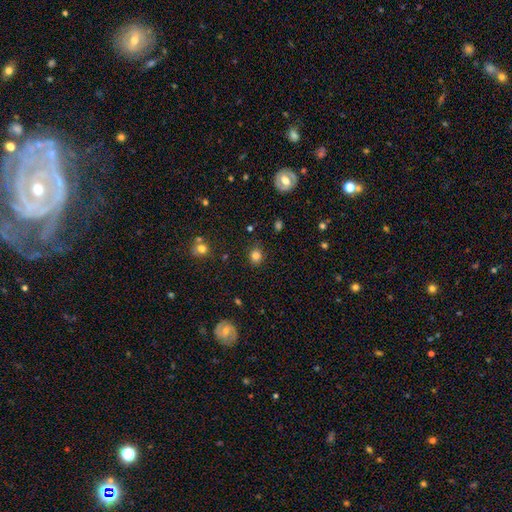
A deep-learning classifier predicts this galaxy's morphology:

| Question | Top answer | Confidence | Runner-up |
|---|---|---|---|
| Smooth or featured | smooth | 81% | star or artifact (13%) |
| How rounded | round | 73% | in between (26%) |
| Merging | none | 87% | minor disturbance (9%) |